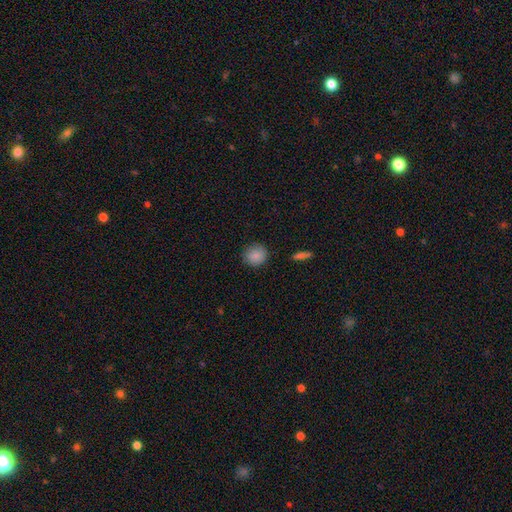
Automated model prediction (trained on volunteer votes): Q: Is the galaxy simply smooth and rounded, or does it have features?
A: smooth — 88%.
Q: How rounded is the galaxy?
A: round — 88%.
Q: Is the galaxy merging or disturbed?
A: none — 87%.